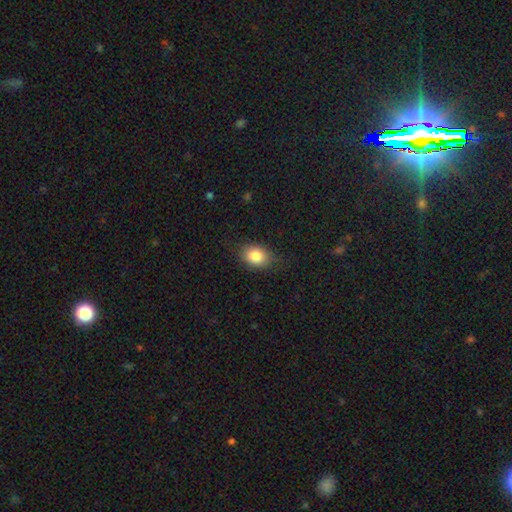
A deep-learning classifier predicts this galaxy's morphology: A smooth galaxy with no disk features (83%) that is in between round and cigar-shaped (64%). Merging: none (80%).